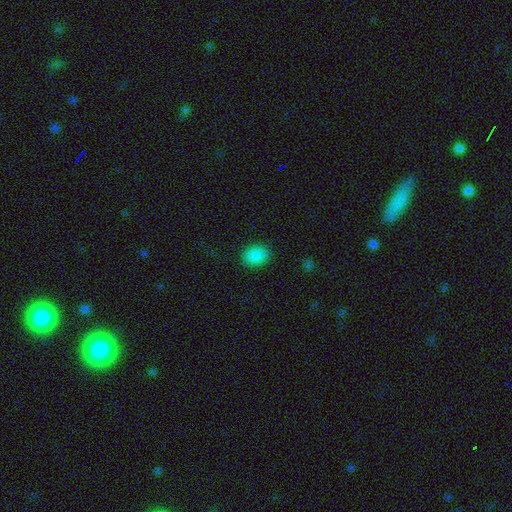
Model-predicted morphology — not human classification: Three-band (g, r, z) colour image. It shows a smooth galaxy with no disk features (87%) that is in between round and cigar-shaped (63%). Merging: none (89%).